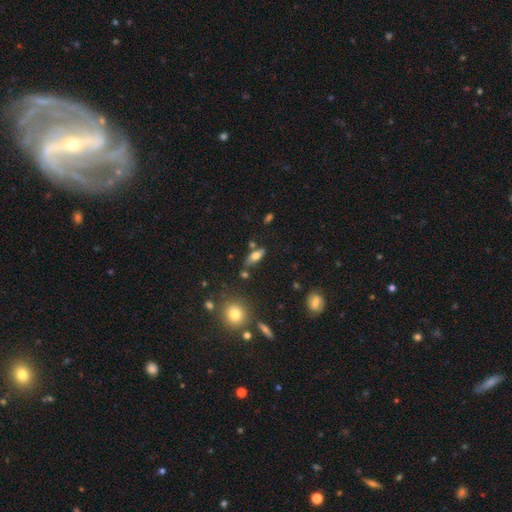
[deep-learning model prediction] Smooth or featured? smooth (66%)
How rounded? in between (72%)
Merging? none (70%)